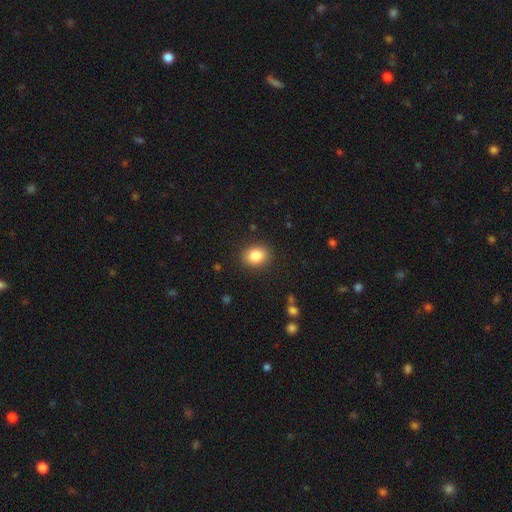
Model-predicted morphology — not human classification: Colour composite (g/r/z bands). It shows a smooth galaxy with no disk features (85%) that is in between round and cigar-shaped (51%). Merging: none (89%).